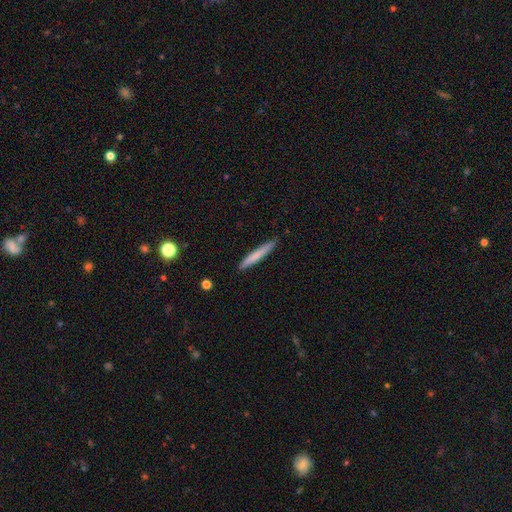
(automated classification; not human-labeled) smooth 72%, featured or disk 22%, star or artifact 6%. Down the decision tree: how rounded — cigar-shaped (96%); merging — none (88%).